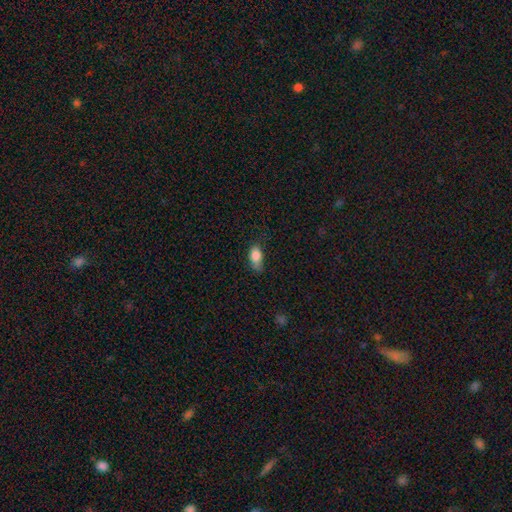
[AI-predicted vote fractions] Q: Smooth or featured?
A: smooth (84%); runner-up: star or artifact (8%)
Q: How rounded?
A: in between (85%); runner-up: round (10%)
Q: Merging?
A: none (48%); runner-up: minor disturbance (38%)